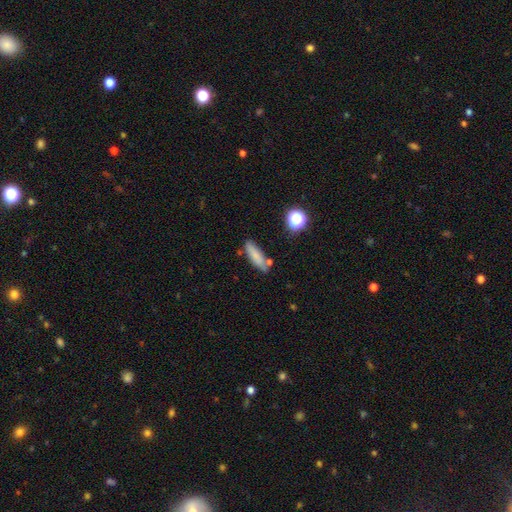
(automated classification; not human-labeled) Overall: smooth (79%). How rounded: cigar-shaped (58%; in between 40%). Merging: none (72%).